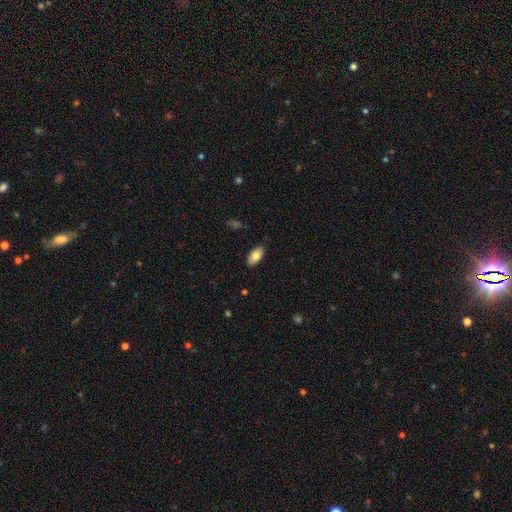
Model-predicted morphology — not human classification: Smooth or featured? smooth (80%)
How rounded? in between (94%)
Merging? none (87%)